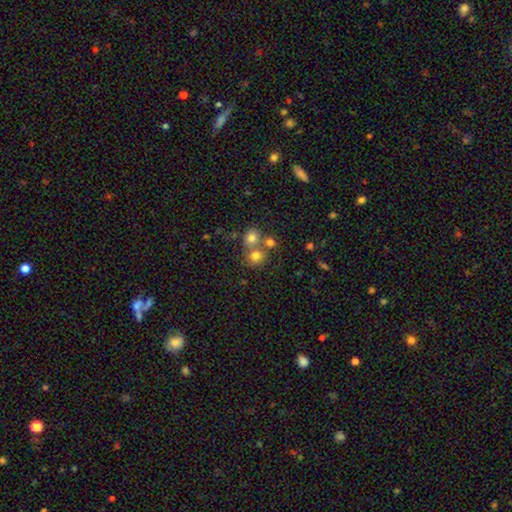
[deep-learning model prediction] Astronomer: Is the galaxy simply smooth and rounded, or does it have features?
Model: smooth — 75%.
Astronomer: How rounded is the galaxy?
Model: round — 84%.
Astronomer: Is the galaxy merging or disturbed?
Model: none — 52% (runner-up: merger, 38%).